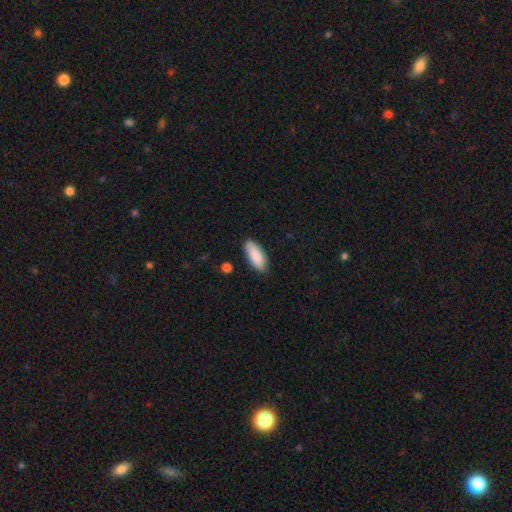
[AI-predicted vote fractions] smooth 88%, featured or disk 6%, star or artifact 6%. Down the decision tree: how rounded — in between (80%); merging — none (82%).